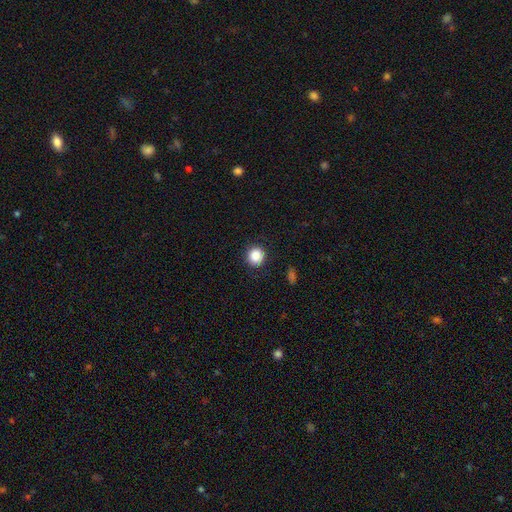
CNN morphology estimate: The model was most divided on "smooth or featured": smooth: 87%, star or artifact: 9%, featured or disk: 3%. More confident: how rounded — round (92%); merging — none (90%).